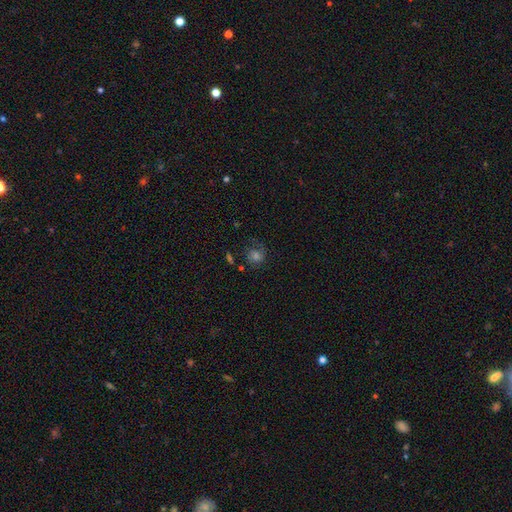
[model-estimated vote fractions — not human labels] This is possibly a smooth galaxy (45%). Merging: possibly none (60%).